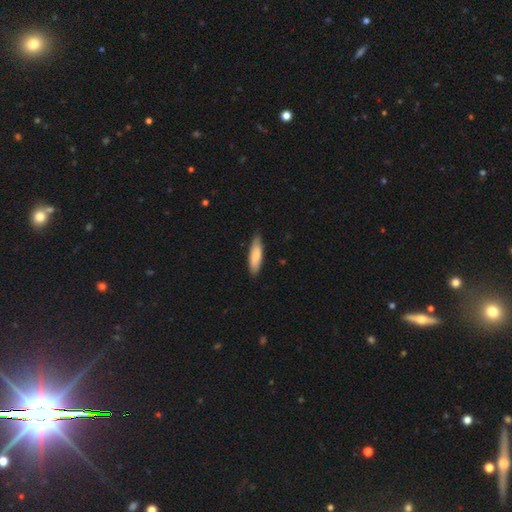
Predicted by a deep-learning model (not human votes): smooth_or_featured: smooth (p=0.81) [alt: featured or disk p=0.14]
how_rounded: cigar-shaped (p=0.58) [alt: in between p=0.40]
merging: none (p=0.83) [alt: minor disturbance p=0.14]